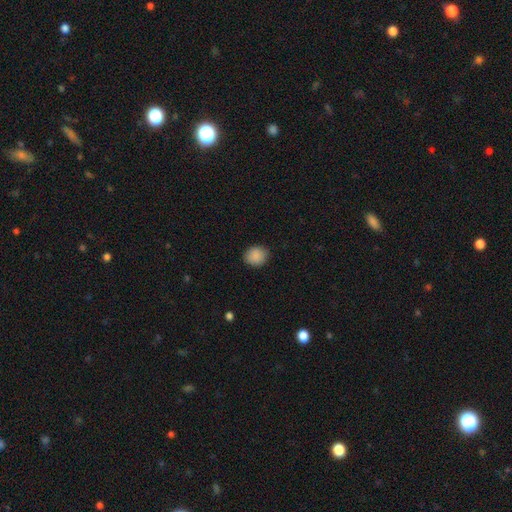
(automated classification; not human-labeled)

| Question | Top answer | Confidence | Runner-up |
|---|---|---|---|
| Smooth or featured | smooth | 89% | star or artifact (8%) |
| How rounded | round | 72% | in between (27%) |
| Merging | none | 87% | minor disturbance (10%) |